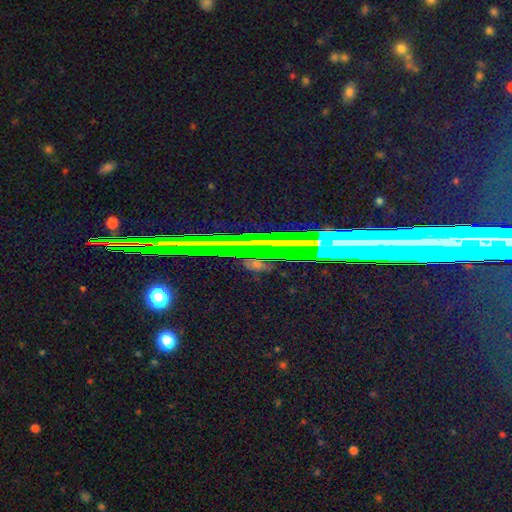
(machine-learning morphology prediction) A star or artifact, not a galaxy (72%).

Vote fractions:
- Smooth or featured? star or artifact: 72% / featured or disk: 18% / smooth: 10%